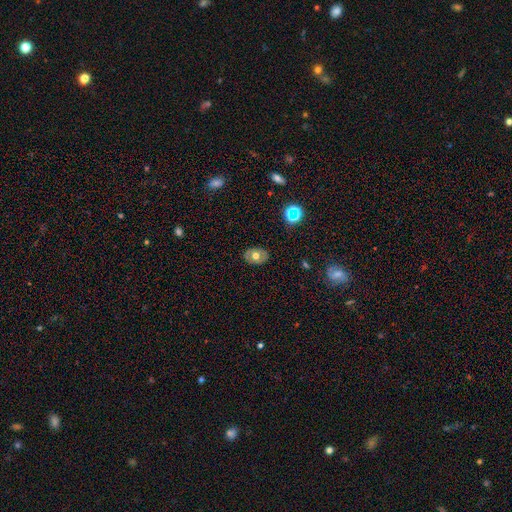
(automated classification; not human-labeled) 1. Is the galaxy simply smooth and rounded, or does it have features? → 54% smooth, 36% featured or disk, 10% star or artifact.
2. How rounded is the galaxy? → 72% in between, 27% round, 1% cigar-shaped.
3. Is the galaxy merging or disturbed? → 85% none, 11% minor disturbance, 3% major disturbance, 1% merger.